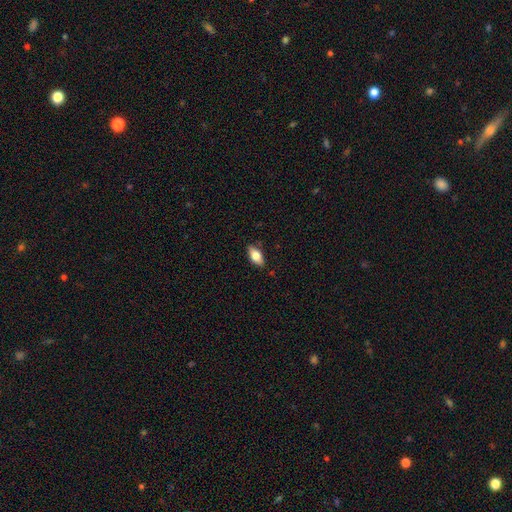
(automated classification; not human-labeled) smooth 72%, featured or disk 21%, star or artifact 7%. Down the decision tree: how rounded — in between (88%); merging — none (84%).